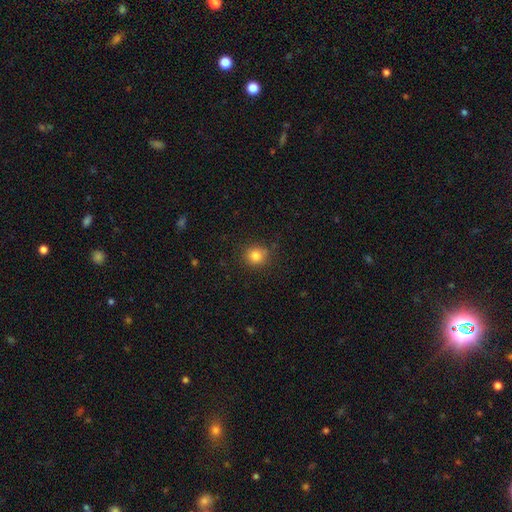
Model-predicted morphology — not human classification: Smooth or featured? Predicted: smooth (p=0.83). How rounded? Predicted: round (p=0.83). Merging? Predicted: none (p=0.85).